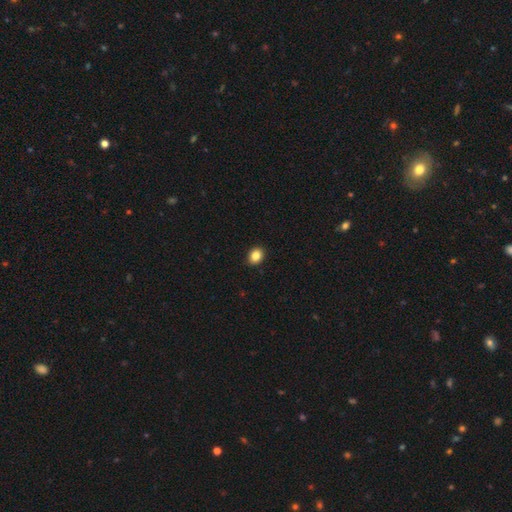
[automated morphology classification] Q: Smooth or featured?
A: smooth (85%); runner-up: star or artifact (10%)
Q: How rounded?
A: in between (50%); runner-up: round (49%)
Q: Merging?
A: none (91%); runner-up: minor disturbance (6%)